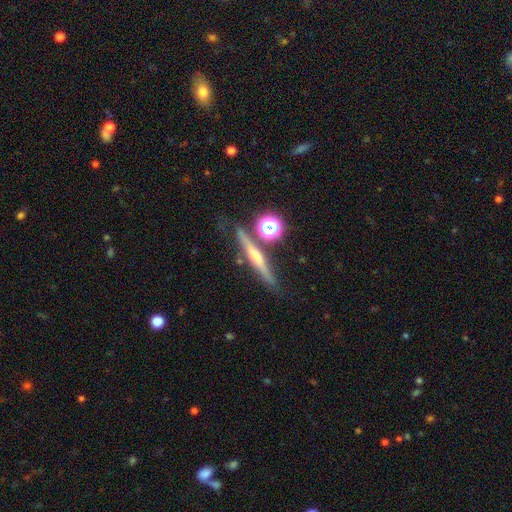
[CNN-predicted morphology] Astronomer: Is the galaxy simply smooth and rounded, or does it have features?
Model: featured or disk — 60%.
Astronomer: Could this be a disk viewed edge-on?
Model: yes — 94%.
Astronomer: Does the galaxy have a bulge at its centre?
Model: rounded — 67%.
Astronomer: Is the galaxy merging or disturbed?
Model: none — 77%.